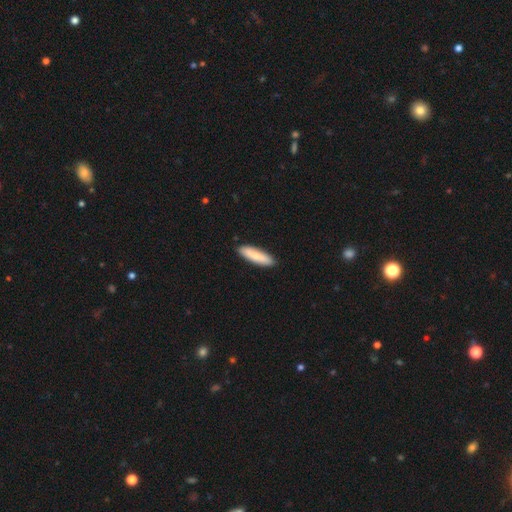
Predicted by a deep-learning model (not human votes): smooth 81%, featured or disk 14%, star or artifact 5%. Down the decision tree: how rounded — cigar-shaped (66%); merging — none (90%).